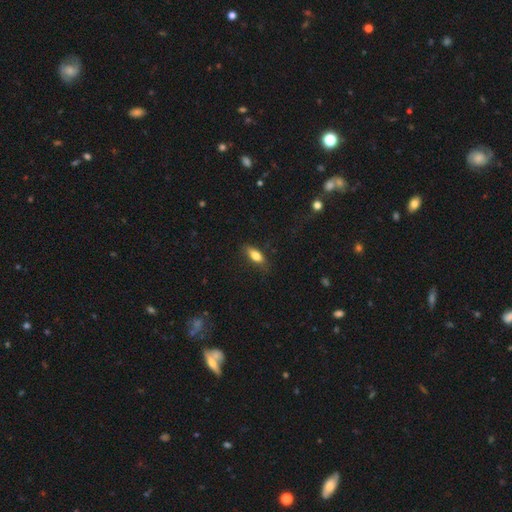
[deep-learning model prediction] smooth 77%, featured or disk 16%, star or artifact 7%. Down the decision tree: how rounded — in between (74%); merging — none (77%).